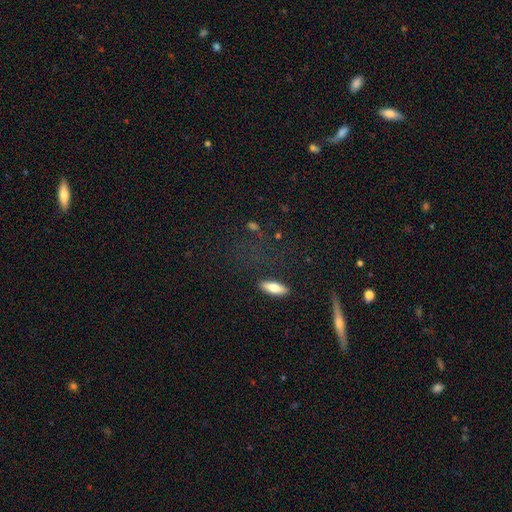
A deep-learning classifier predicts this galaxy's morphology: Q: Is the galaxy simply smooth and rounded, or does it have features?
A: star or artifact — 52%.